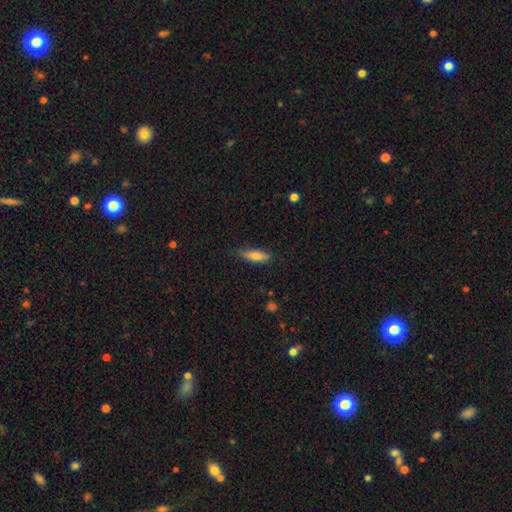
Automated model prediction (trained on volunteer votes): A smooth galaxy with no disk features (70%) that is cigar-shaped (57%).

Vote fractions:
- Smooth or featured? smooth: 70% / featured or disk: 22% / star or artifact: 7%
- How rounded? cigar-shaped: 57% / in between: 41% / round: 2%
- Merging? none: 77% / minor disturbance: 19% / major disturbance: 3% / merger: 1%